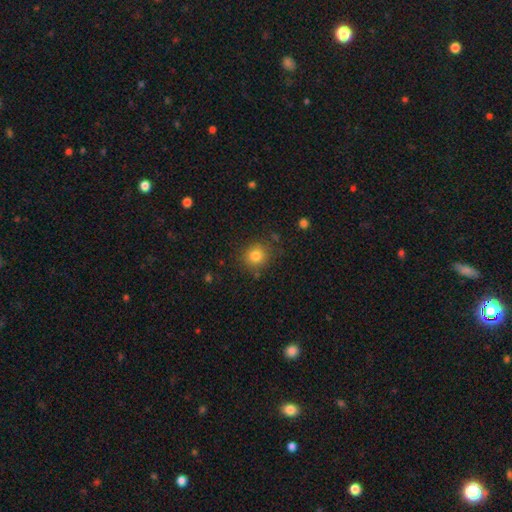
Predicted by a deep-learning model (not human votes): Smooth or featured? Predicted: smooth (p=0.82). How rounded? Predicted: round (p=0.87). Merging? Predicted: none (p=0.82).